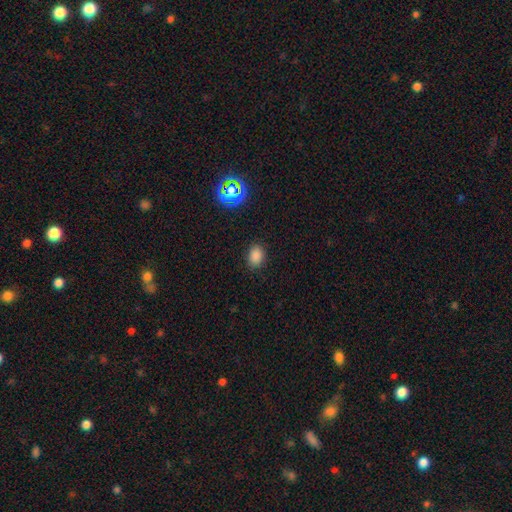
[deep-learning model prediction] smooth 82%, star or artifact 15%, featured or disk 4%. Down the decision tree: how rounded — in between (67%); merging — none (86%).